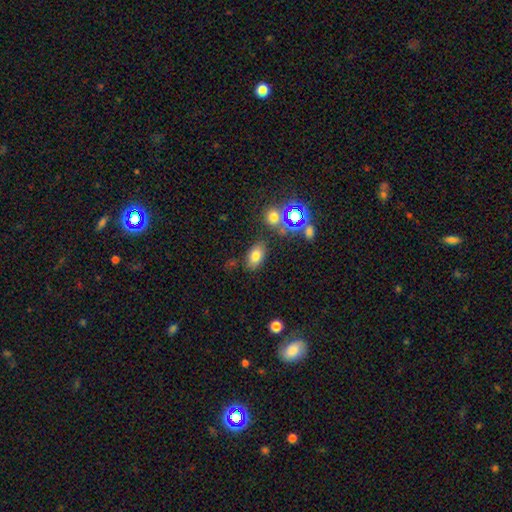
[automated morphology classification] type=smooth (74%); roundness=in between (86%); merging=none (78%).